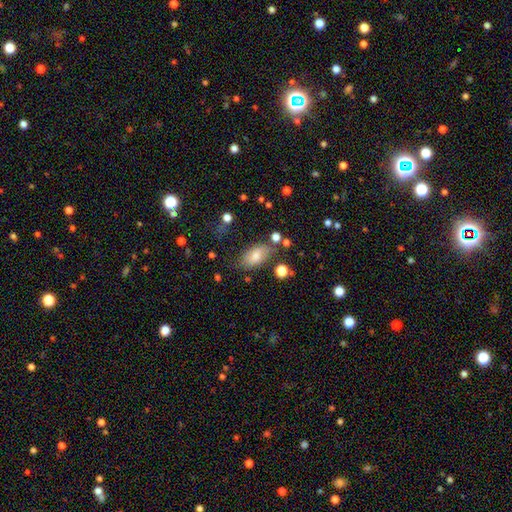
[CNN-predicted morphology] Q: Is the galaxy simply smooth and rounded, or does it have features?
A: smooth — 72%.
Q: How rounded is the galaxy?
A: in between — 90%.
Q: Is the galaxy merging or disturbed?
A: none — 66%.